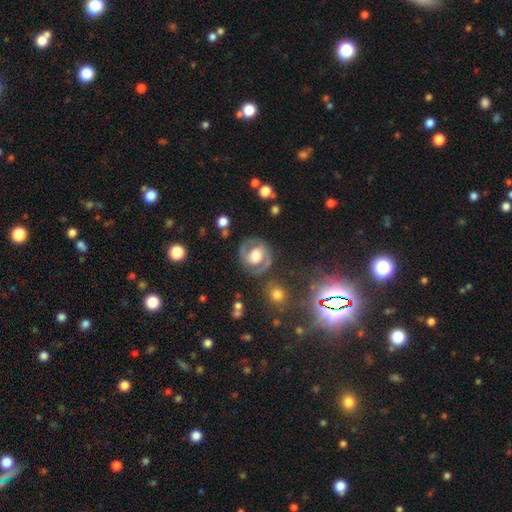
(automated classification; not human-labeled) smooth_or_featured: featured or disk (p=0.70) [alt: smooth p=0.24]
disk_edge_on: no (p=0.97) [alt: yes p=0.03]
bar: no (p=0.53) [alt: weak p=0.34]
has_spiral_arms: yes (p=0.75) [alt: no p=0.25]
spiral_winding: medium (p=0.45) [alt: tight p=0.41]
spiral_arm_count: 2 (p=0.83) [alt: can't tell p=0.08]
bulge_size: large (p=0.53) [alt: moderate p=0.31]
merging: none (p=0.77) [alt: minor disturbance p=0.14]